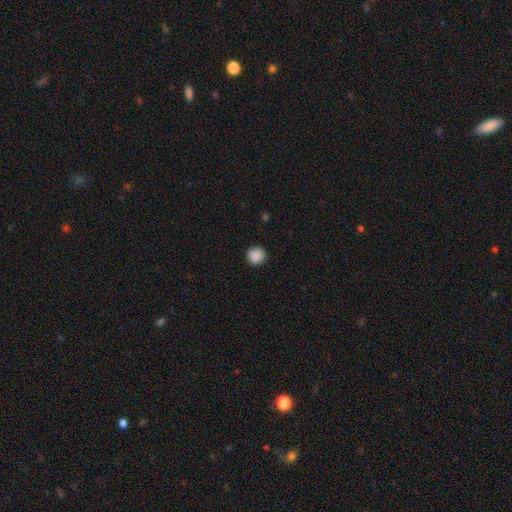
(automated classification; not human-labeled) This is clearly a smooth galaxy (89%). How rounded: clearly round (93%). Merging: clearly none (91%).